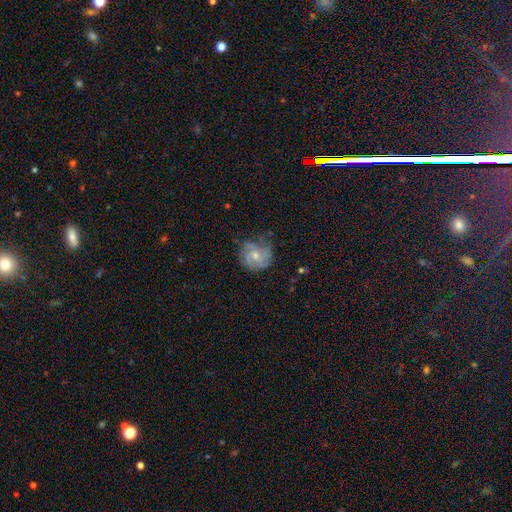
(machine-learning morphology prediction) type=featured or disk (66%); edge-on=no (98%); bar=no (73%); spiral arms=yes (86%); winding=tight (52%); arm count=can't tell (32%); bulge=moderate (52%); merging=none (60%).